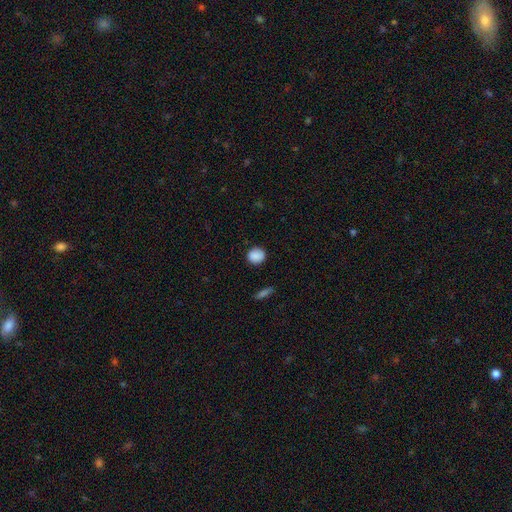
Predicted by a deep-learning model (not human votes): Smooth or featured? Predicted: smooth (p=0.88). How rounded? Predicted: round (p=0.83). Merging? Predicted: none (p=0.86).